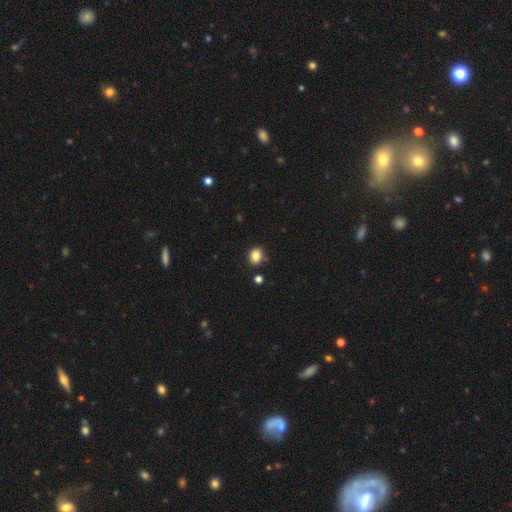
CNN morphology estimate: Overall: smooth (85%). How rounded: round (50%; in between 49%). Merging: none (82%).